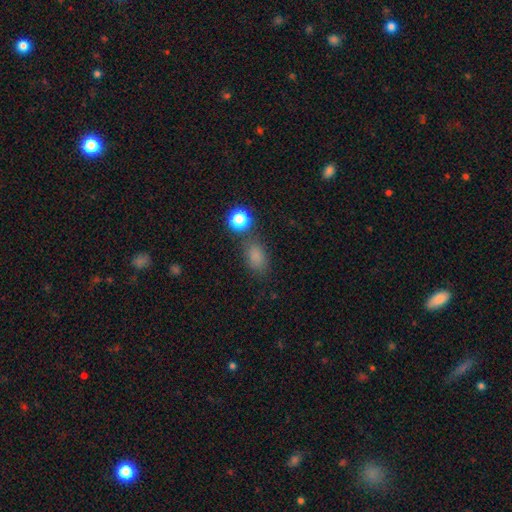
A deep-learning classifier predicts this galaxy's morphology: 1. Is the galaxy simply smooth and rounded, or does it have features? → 79% smooth, 16% star or artifact, 5% featured or disk.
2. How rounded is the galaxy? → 76% in between, 21% round, 2% cigar-shaped.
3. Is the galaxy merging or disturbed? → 70% none, 15% minor disturbance, 9% merger, 6% major disturbance.